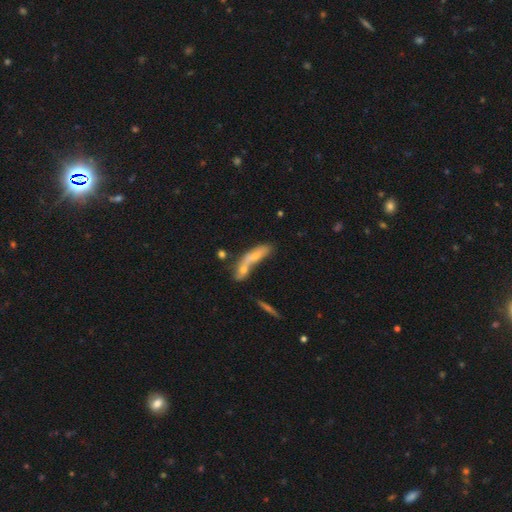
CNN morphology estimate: The model was most divided on "smooth or featured": smooth: 50%, featured or disk: 37%, star or artifact: 13%. More confident: how rounded — cigar-shaped (68%); merging — merger (51%).